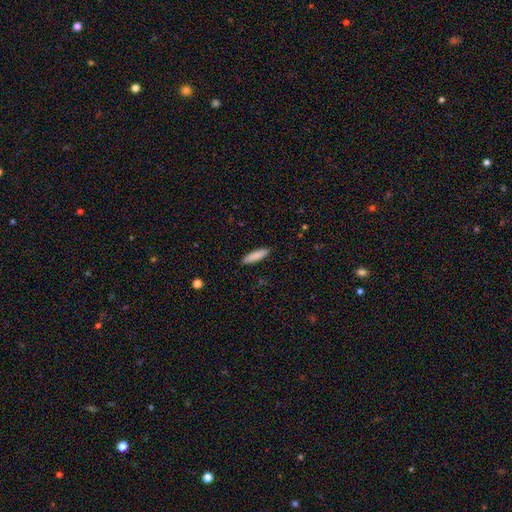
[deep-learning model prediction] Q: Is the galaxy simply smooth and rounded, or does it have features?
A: smooth — 87%.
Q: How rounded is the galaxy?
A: cigar-shaped — 72%.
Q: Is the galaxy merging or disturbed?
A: none — 90%.